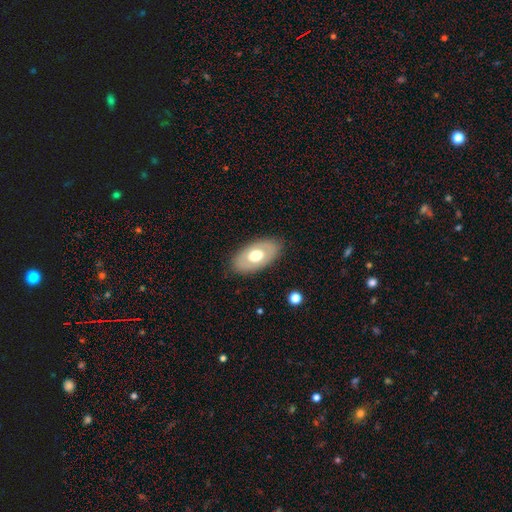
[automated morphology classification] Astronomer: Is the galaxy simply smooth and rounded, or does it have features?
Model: smooth — 55% (runner-up: featured or disk, 39%).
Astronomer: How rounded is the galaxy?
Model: in between — 92%.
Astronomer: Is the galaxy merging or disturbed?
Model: none — 84%.